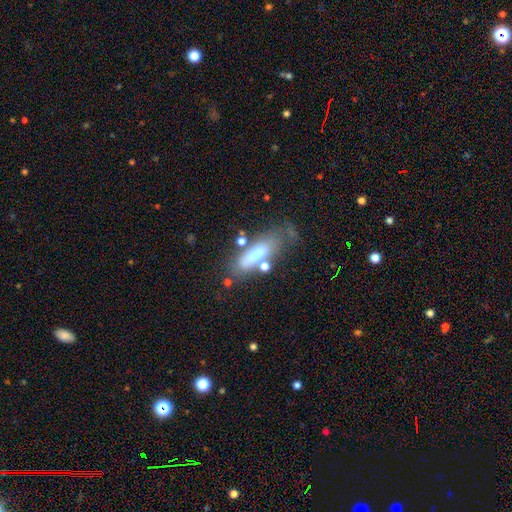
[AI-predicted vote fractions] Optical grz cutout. It shows a smooth galaxy with no disk features (58%) that is in between round and cigar-shaped (57%). Merging: none (58%).